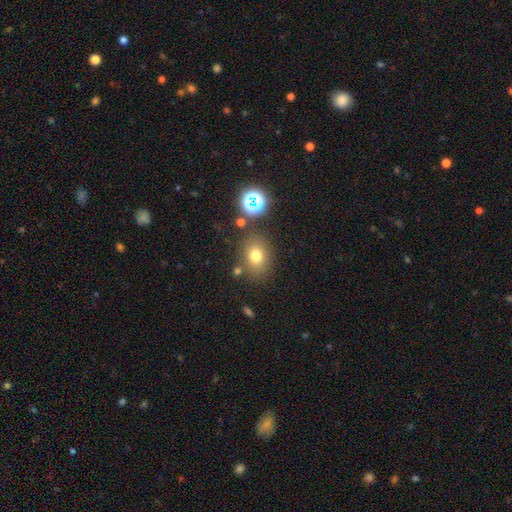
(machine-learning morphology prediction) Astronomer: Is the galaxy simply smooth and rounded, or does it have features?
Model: smooth — 73%.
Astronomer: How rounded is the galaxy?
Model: in between — 54% (runner-up: round, 45%).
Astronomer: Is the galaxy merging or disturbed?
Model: none — 77%.